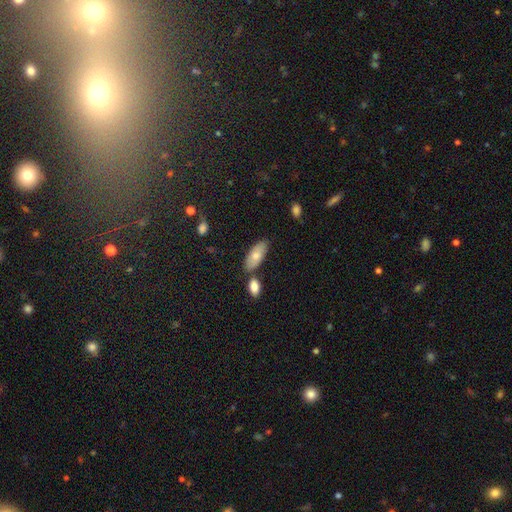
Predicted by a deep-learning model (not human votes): Morphology: type=smooth (73%); roundness=in between (86%); merging=none (72%).